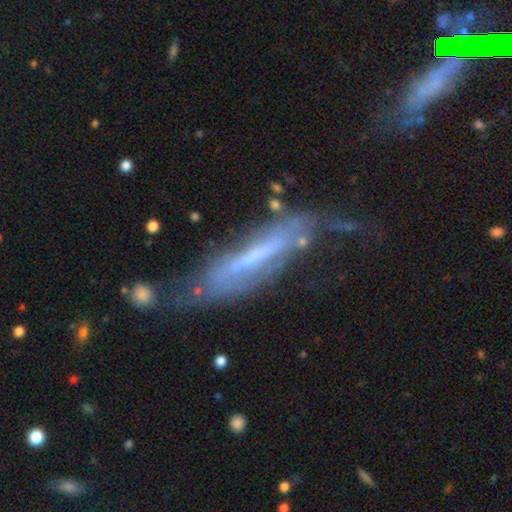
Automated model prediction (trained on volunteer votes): smooth-or-featured: featured or disk: 71% | smooth: 21% | star or artifact: 8%
  disk-edge-on: no: 51% | yes: 49%
  merging: none: 46% | minor disturbance: 27% | major disturbance: 21% | merger: 7%